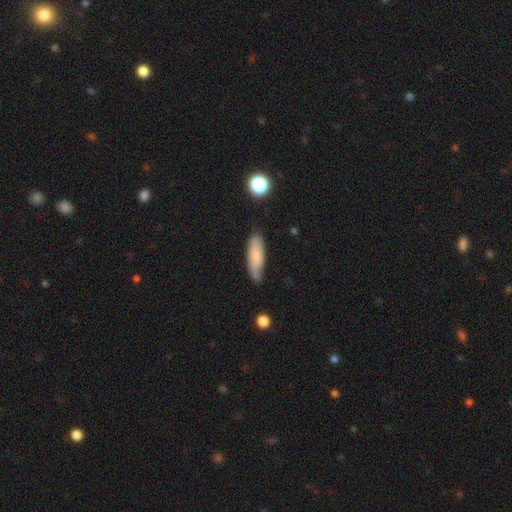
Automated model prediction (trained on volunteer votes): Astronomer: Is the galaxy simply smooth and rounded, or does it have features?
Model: smooth — 78%.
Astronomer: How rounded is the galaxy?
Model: cigar-shaped — 54% (runner-up: in between, 44%).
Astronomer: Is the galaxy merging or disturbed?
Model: none — 73%.